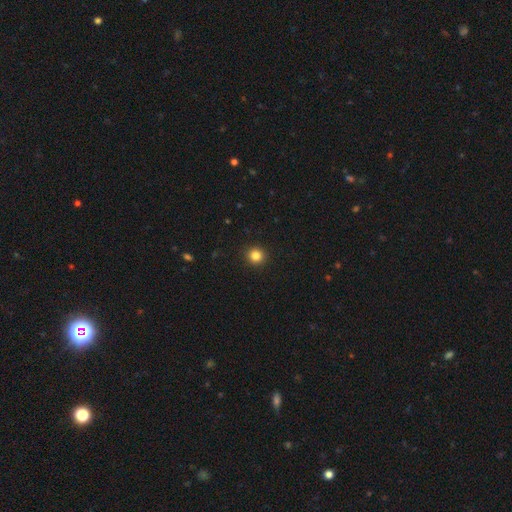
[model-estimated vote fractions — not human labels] smooth_or_featured: smooth (p=0.84) [alt: star or artifact p=0.12]
how_rounded: round (p=0.93) [alt: in between p=0.06]
merging: none (p=0.93) [alt: minor disturbance p=0.04]